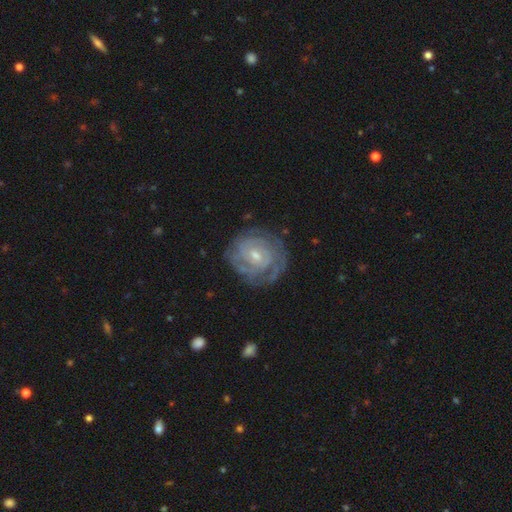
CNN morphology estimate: Smooth or featured: featured or disk — 84% (smooth — 11%)
Edge-on disk: no — 98% (yes — 2%)
Bar: weak — 47% (no — 44%)
Spiral arms: yes — 93% (no — 7%)
Spiral winding: tight — 77% (medium — 18%)
Spiral arm count: can't tell — 39% (2 — 29%)
Bulge size: small — 56% (moderate — 39%)
Merging: none — 75% (minor disturbance — 16%)